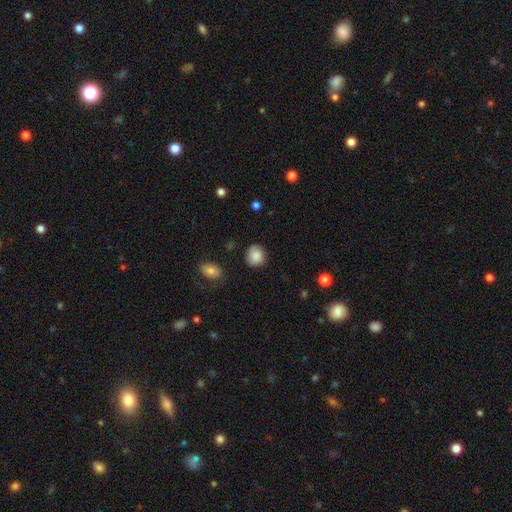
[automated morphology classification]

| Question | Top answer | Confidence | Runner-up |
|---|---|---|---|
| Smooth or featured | smooth | 86% | star or artifact (8%) |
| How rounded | round | 75% | in between (24%) |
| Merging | none | 80% | minor disturbance (15%) |